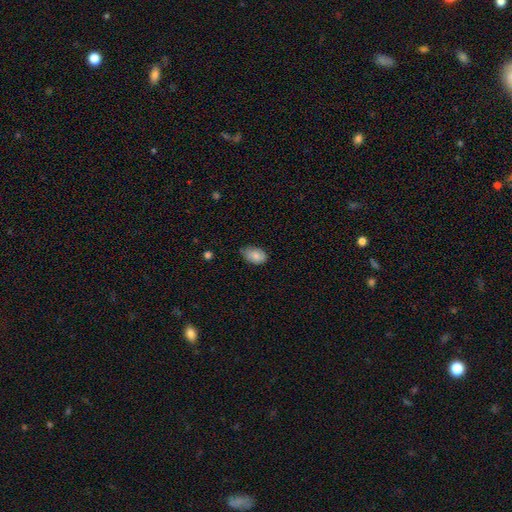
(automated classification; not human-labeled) Smooth or featured?
  - smooth: 83% *
  - featured or disk: 10%
  - star or artifact: 7%
How rounded?
  - in between: 89% *
  - round: 10%
  - cigar-shaped: 1%
Merging?
  - none: 68% *
  - minor disturbance: 27%
  - major disturbance: 4%
  - merger: 1%